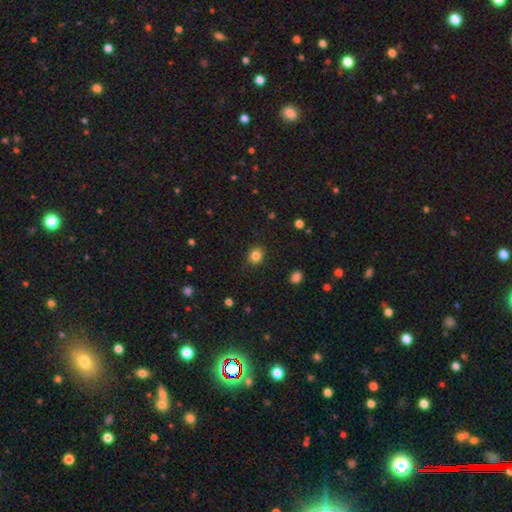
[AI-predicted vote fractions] Smooth or featured? Predicted: smooth (p=0.84). How rounded? Predicted: round (p=0.76). Merging? Predicted: none (p=0.89).